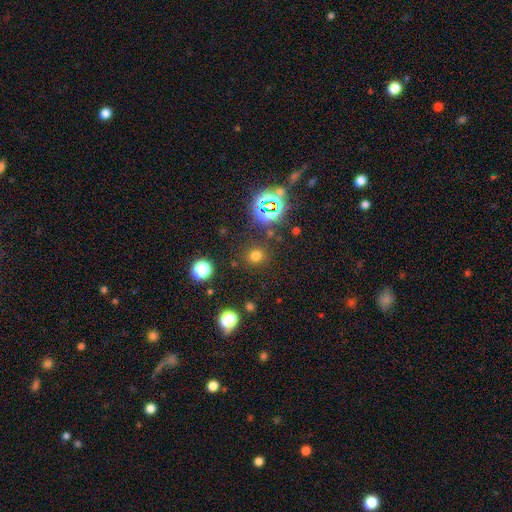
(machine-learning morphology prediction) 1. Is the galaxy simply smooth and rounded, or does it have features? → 68% smooth, 26% star or artifact, 6% featured or disk.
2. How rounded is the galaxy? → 85% round, 14% in between, 1% cigar-shaped.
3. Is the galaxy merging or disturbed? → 86% none, 8% minor disturbance, 3% major disturbance, 3% merger.